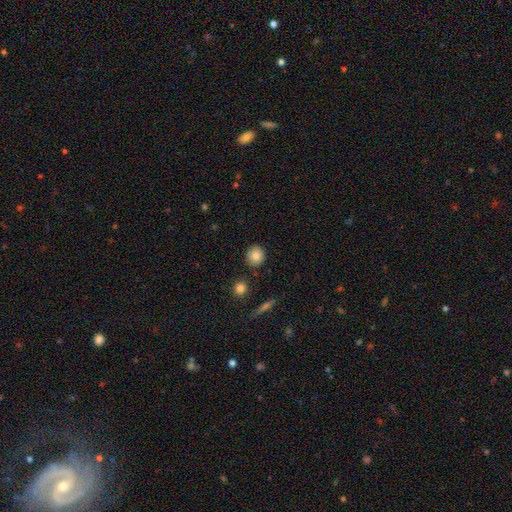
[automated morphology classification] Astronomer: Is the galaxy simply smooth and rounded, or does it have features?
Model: smooth — 84%.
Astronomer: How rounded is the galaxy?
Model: round — 83%.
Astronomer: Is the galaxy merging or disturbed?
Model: none — 87%.